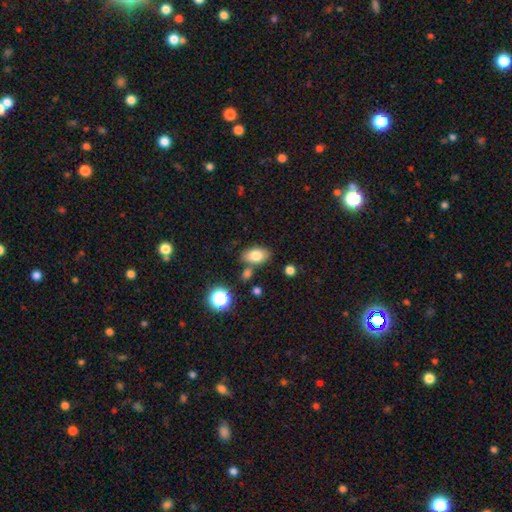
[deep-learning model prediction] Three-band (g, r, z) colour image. It shows a smooth galaxy with no disk features (80%) that is in between round and cigar-shaped (88%). Merging: none (75%).